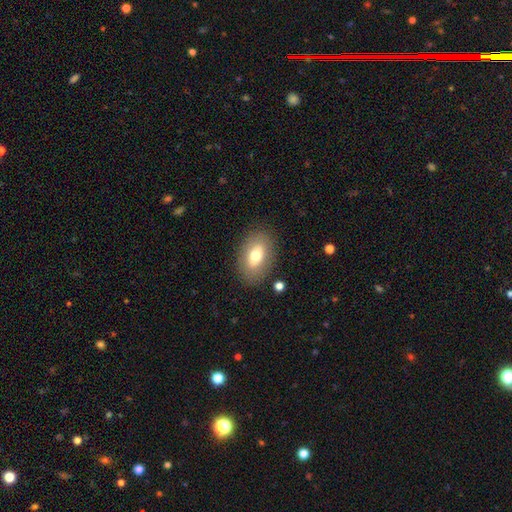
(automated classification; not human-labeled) This is likely a smooth galaxy (70%). How rounded: clearly in between (89%). Merging: clearly none (84%).